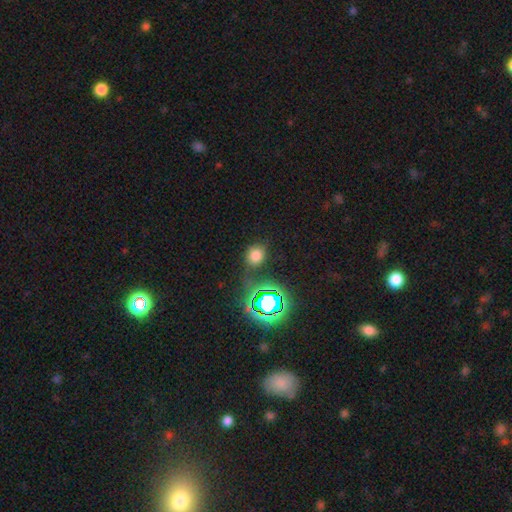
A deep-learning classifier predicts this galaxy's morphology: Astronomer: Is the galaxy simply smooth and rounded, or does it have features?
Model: smooth — 68%.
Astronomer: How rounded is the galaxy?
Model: round — 67%.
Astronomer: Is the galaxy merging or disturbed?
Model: none — 73%.